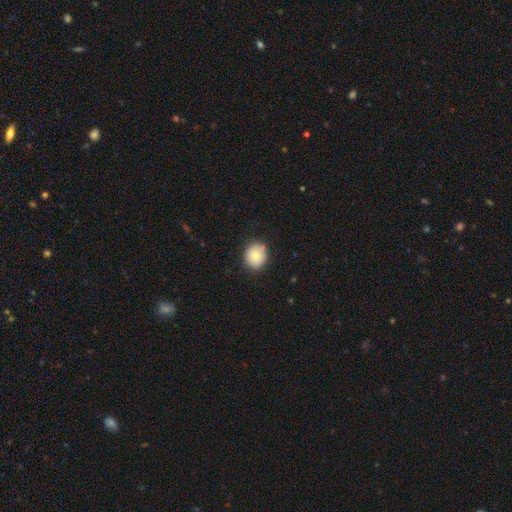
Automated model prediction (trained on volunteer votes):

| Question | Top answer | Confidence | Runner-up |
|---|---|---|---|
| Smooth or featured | smooth | 76% | featured or disk (15%) |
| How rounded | round | 79% | in between (20%) |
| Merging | none | 86% | minor disturbance (11%) |